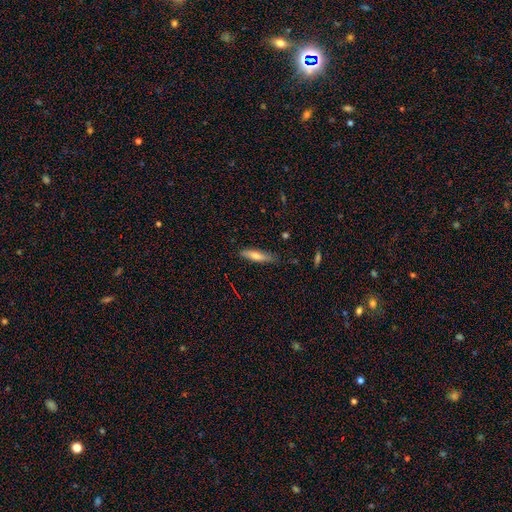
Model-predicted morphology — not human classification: smooth 64%, featured or disk 29%, star or artifact 7%. Down the decision tree: how rounded — cigar-shaped (76%); merging — none (80%).